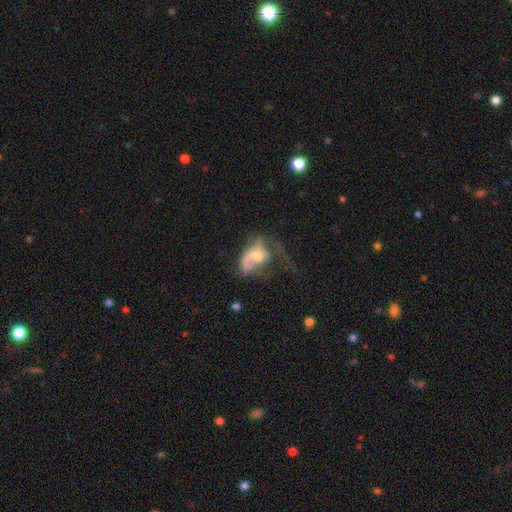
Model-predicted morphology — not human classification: This appears to be a featured or disk galaxy (47%). Merging: major disturbance (57%).